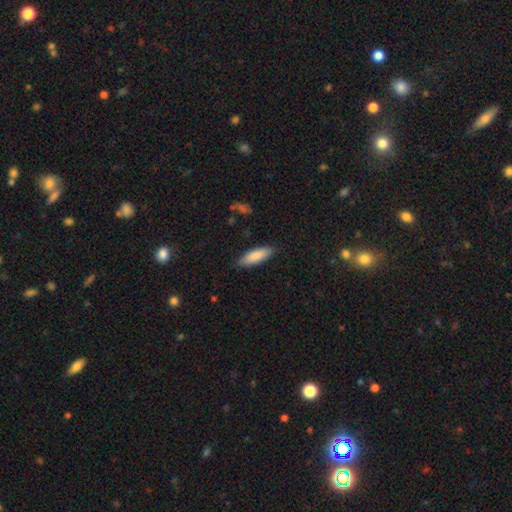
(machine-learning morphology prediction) A smooth galaxy with no disk features (85%) that is in between round and cigar-shaped (54%).

Vote fractions:
- Smooth or featured? smooth: 85% / featured or disk: 9% / star or artifact: 6%
- How rounded? in between: 54% / cigar-shaped: 45% / round: 2%
- Merging? none: 86% / minor disturbance: 11% / major disturbance: 2% / merger: 1%